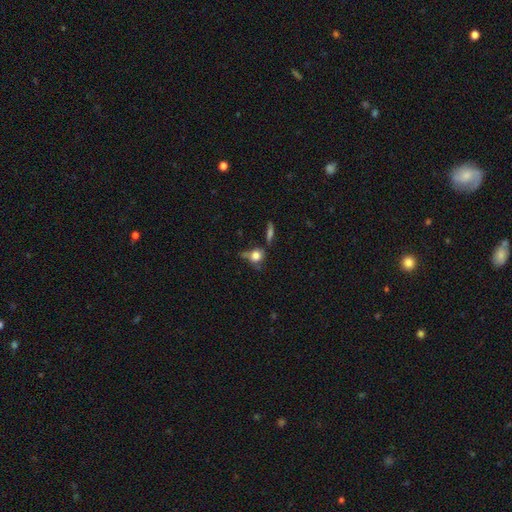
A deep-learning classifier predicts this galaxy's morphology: smooth 74%, featured or disk 15%, star or artifact 12%. Down the decision tree: how rounded — round (69%); merging — none (46%).